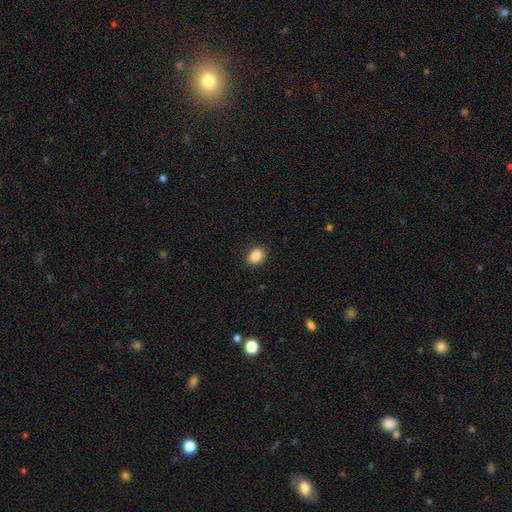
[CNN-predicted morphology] Smooth or featured? smooth (87%)
How rounded? in between (59%)
Merging? none (90%)